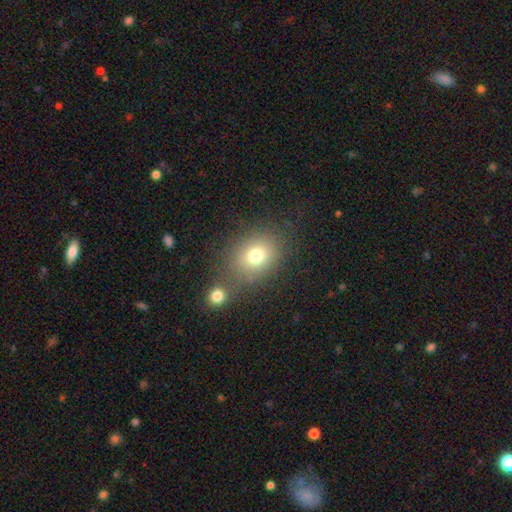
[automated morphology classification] smooth_or_featured: smooth (p=0.75) [alt: star or artifact p=0.14]
how_rounded: round (p=0.53) [alt: in between p=0.46]
merging: none (p=0.64) [alt: merger p=0.19]